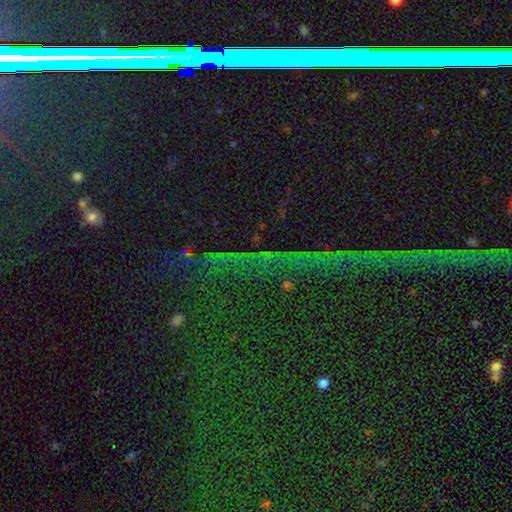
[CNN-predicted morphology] Smooth or featured? Predicted: star or artifact (p=0.83).